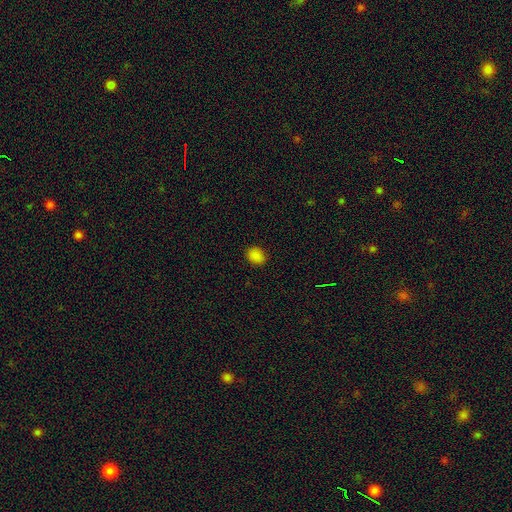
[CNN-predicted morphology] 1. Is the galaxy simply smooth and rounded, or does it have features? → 84% smooth, 13% star or artifact, 3% featured or disk.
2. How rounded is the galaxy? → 50% in between, 49% round, 1% cigar-shaped.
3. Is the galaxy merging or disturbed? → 88% none, 8% minor disturbance, 2% major disturbance, 1% merger.